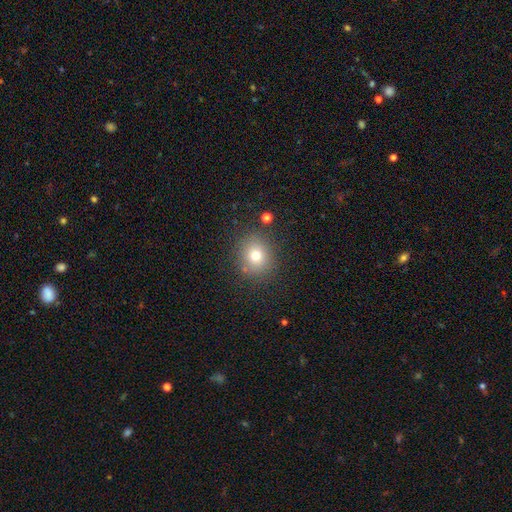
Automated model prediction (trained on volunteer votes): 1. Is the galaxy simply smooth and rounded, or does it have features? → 74% smooth, 15% star or artifact, 11% featured or disk.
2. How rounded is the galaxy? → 81% round, 18% in between, 1% cigar-shaped.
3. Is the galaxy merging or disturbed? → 83% none, 10% minor disturbance, 4% major disturbance, 3% merger.